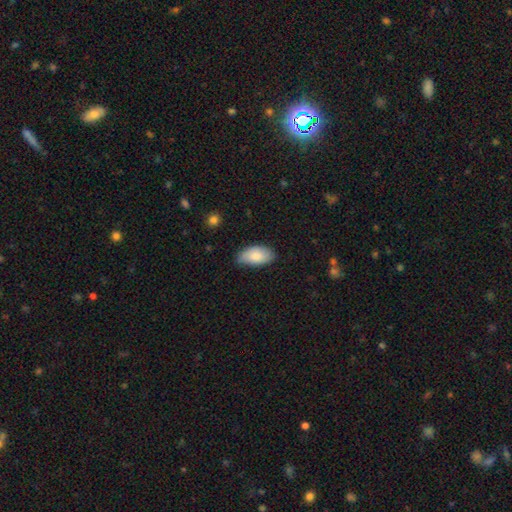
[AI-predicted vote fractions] The model was most divided on "merging": none: 72%, minor disturbance: 23%, major disturbance: 3%, merger: 1%. More confident: how rounded — in between (95%); smooth or featured — smooth (82%).